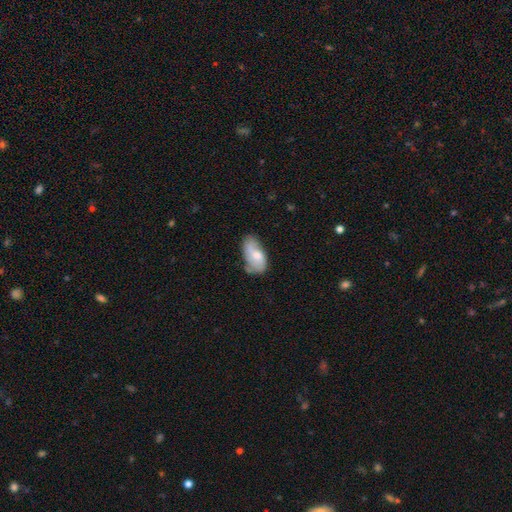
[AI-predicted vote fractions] smooth 54%, featured or disk 39%, star or artifact 7%. Down the decision tree: how rounded — in between (92%); merging — none (49%).